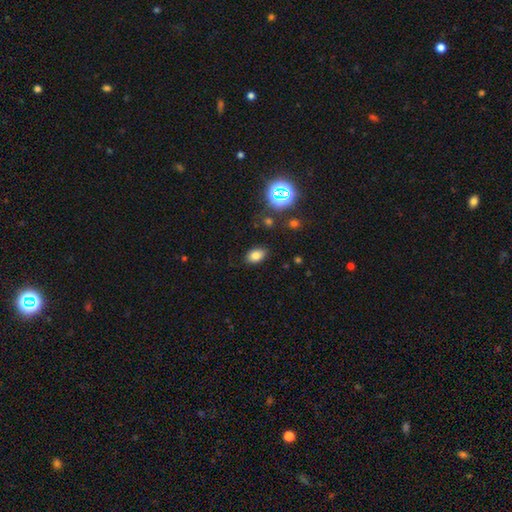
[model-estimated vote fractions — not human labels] Overall: smooth (76%). How rounded: in between (83%). Merging: none (84%).